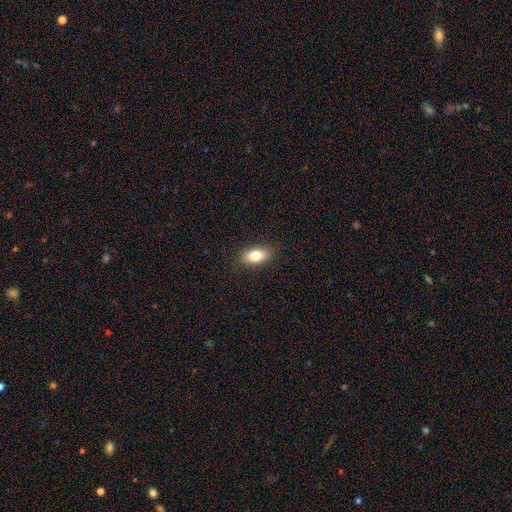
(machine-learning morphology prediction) Overall: smooth (80%). How rounded: in between (89%). Merging: none (88%).